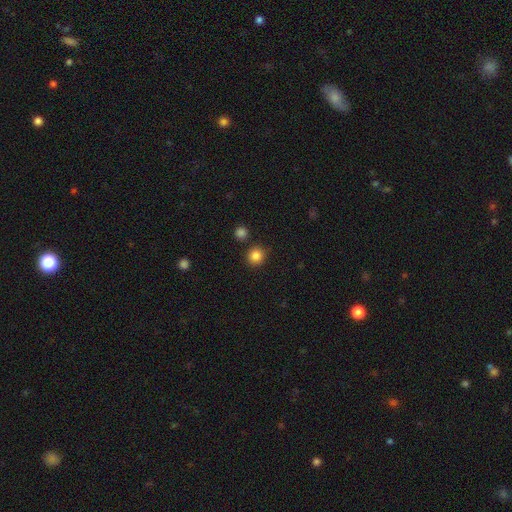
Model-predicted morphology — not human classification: smooth 85%, star or artifact 11%, featured or disk 4%. Down the decision tree: how rounded — round (92%); merging — none (87%).